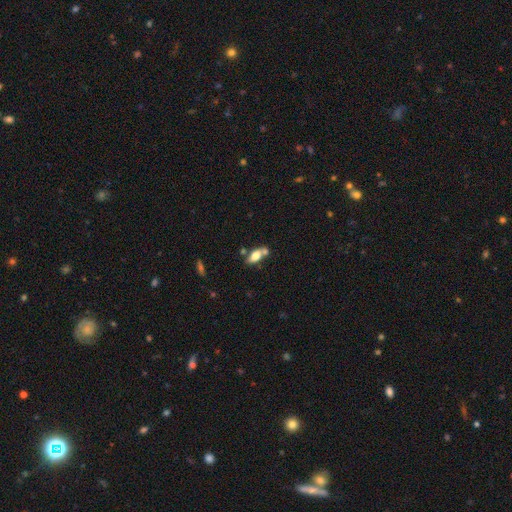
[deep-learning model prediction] This appears to be a smooth galaxy with no disk features (69%) that is in between round and cigar-shaped (83%). Merging: none (53%).